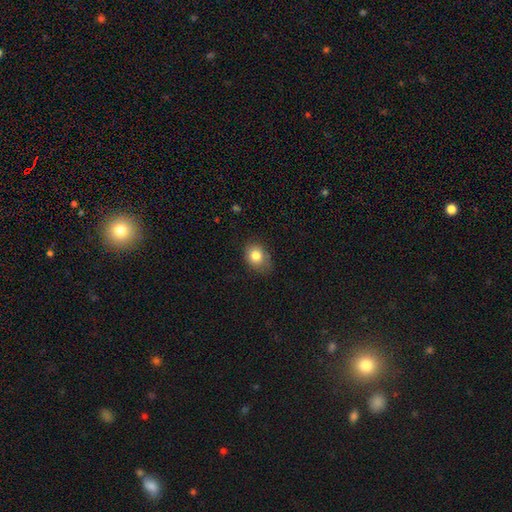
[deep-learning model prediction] This is clearly a smooth galaxy (82%). How rounded: possibly in between (57%). Merging: likely none (67%).